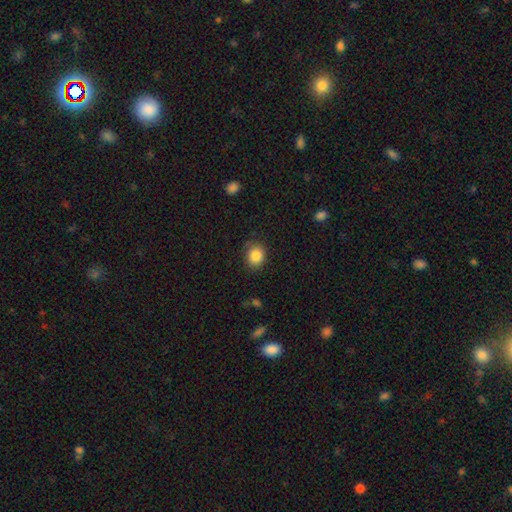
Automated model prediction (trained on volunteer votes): smooth 86%, star or artifact 10%, featured or disk 4%. Down the decision tree: how rounded — round (71%); merging — none (81%).